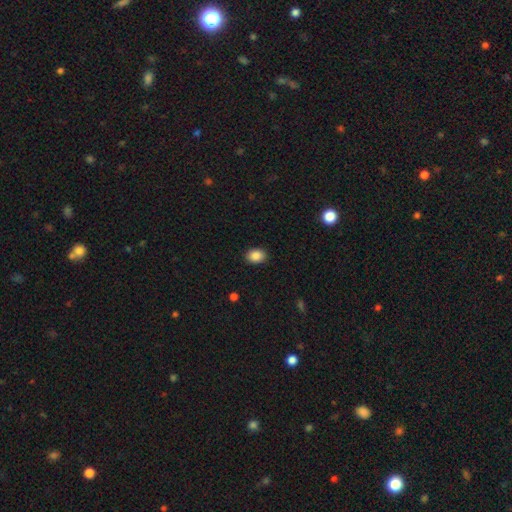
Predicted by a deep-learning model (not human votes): Overall: smooth (87%). How rounded: in between (69%; round 30%). Merging: none (90%).